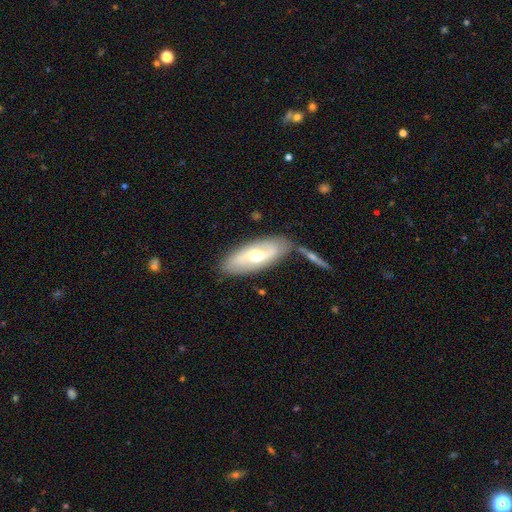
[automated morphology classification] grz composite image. It shows a featured or disk galaxy (63%) with a weak bar (44%), spiral arms (74%) and a moderate central bulge (73%). Merging: none (76%).